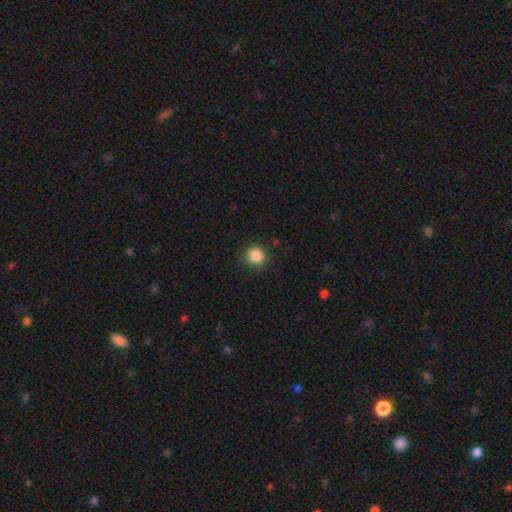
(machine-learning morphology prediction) smooth_or_featured: smooth (p=0.86) [alt: star or artifact p=0.11]
how_rounded: round (p=0.91) [alt: in between p=0.08]
merging: none (p=0.89) [alt: minor disturbance p=0.07]